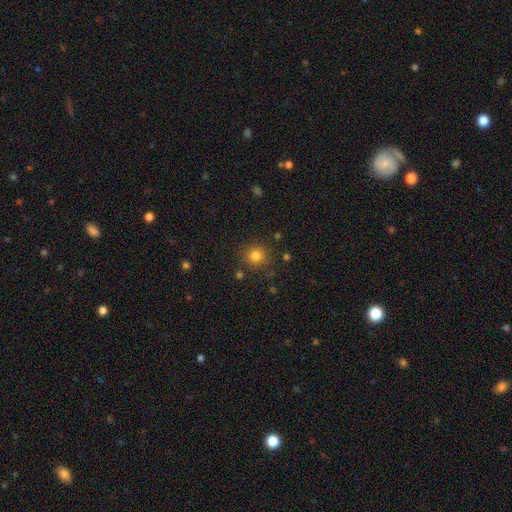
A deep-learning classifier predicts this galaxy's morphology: Smooth or featured?
  - smooth: 81% *
  - star or artifact: 13%
  - featured or disk: 6%
How rounded?
  - round: 91% *
  - in between: 8%
  - cigar-shaped: 1%
Merging?
  - none: 86% *
  - minor disturbance: 8%
  - major disturbance: 3%
  - merger: 3%